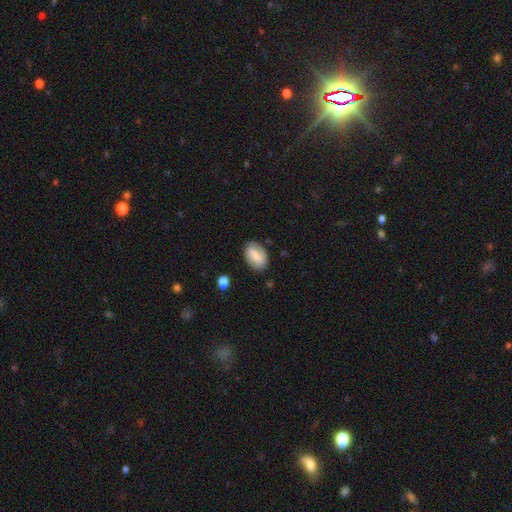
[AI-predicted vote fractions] The model was most divided on "smooth or featured": smooth: 68%, featured or disk: 25%, star or artifact: 8%. More confident: how rounded — in between (88%); merging — none (76%).